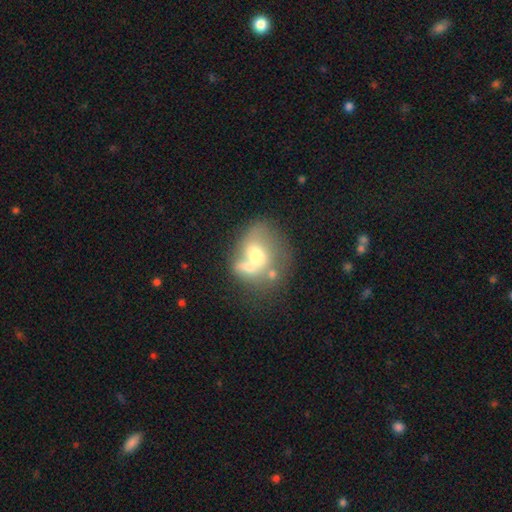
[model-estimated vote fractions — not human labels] Morphology: type=smooth (53%); roundness=in between (51%); merging=merger (53%).